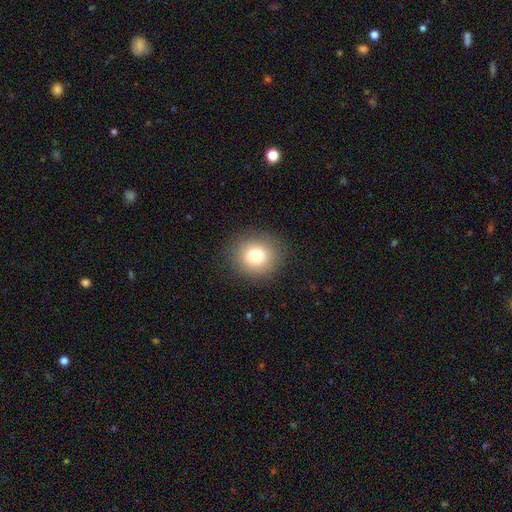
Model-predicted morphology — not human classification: Smooth or featured: smooth — 78% (star or artifact — 11%)
How rounded: round — 89% (in between — 10%)
Merging: none — 88% (minor disturbance — 8%)